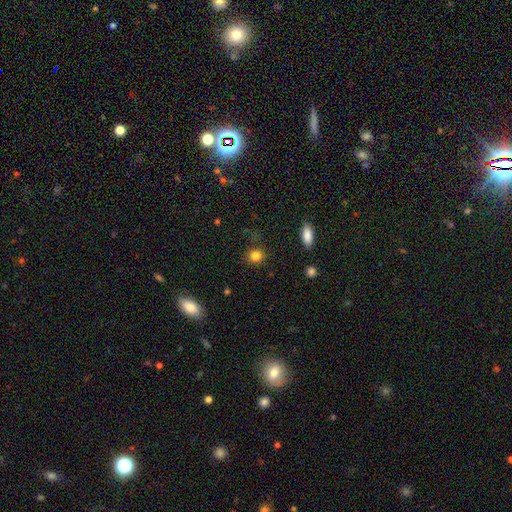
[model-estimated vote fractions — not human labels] Smooth or featured?
  - smooth: 83% *
  - star or artifact: 12%
  - featured or disk: 5%
How rounded?
  - round: 81% *
  - in between: 18%
  - cigar-shaped: 1%
Merging?
  - none: 82% *
  - minor disturbance: 13%
  - major disturbance: 4%
  - merger: 2%